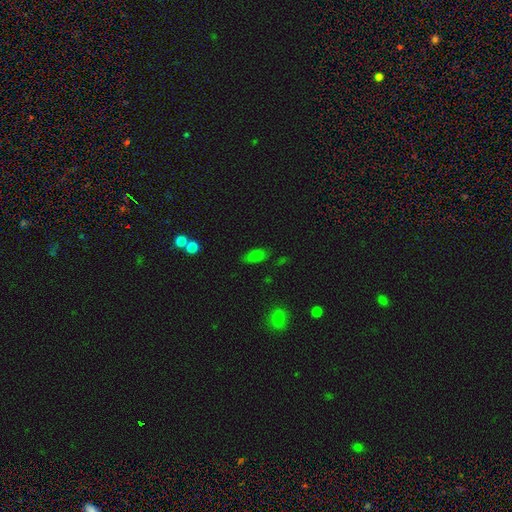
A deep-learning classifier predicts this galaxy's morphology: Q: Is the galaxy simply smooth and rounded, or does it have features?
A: smooth — 77%.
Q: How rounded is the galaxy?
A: in between — 87%.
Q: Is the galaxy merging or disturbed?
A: none — 76%.